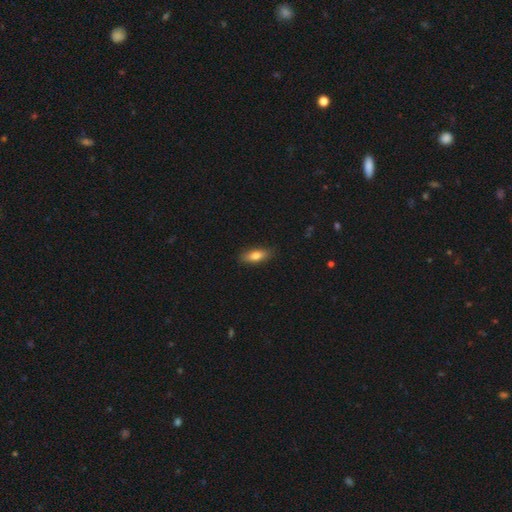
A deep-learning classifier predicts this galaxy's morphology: Smooth or featured?
  - smooth: 78% *
  - featured or disk: 16%
  - star or artifact: 7%
How rounded?
  - in between: 68% *
  - cigar-shaped: 29%
  - round: 3%
Merging?
  - none: 87% *
  - minor disturbance: 10%
  - major disturbance: 2%
  - merger: 1%